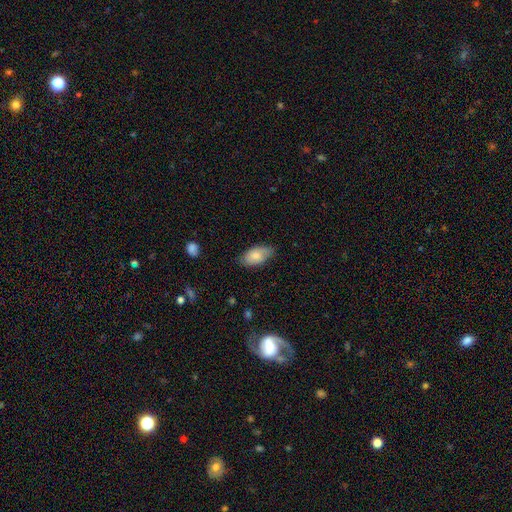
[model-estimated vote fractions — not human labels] smooth-or-featured: smooth: 78% | featured or disk: 16% | star or artifact: 6%
  how-rounded: in between: 94% | round: 3% | cigar-shaped: 3%
  merging: none: 74% | minor disturbance: 21% | major disturbance: 3% | merger: 1%